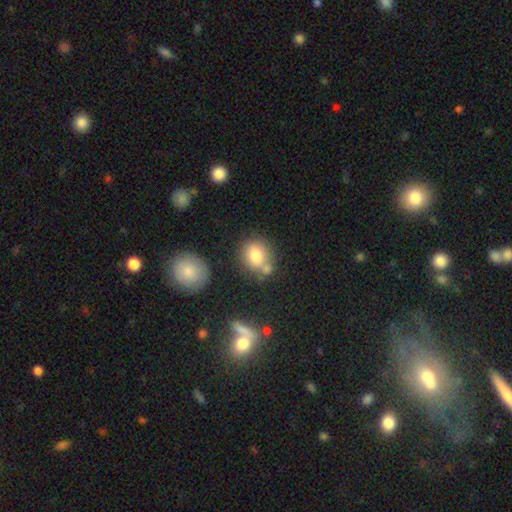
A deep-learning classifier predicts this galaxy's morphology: smooth 80%, featured or disk 11%, star or artifact 9%. Down the decision tree: how rounded — round (70%); merging — none (58%).